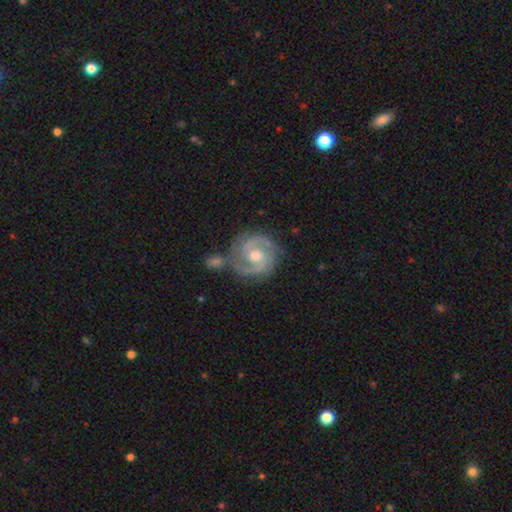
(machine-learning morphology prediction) The model was most divided on "spiral winding": tight: 53%, medium: 40%, loose: 7%. More confident: edge-on disk — no (98%); spiral arms — yes (96%); smooth or featured — featured or disk (88%); spiral arm count — 2 (87%); bulge size — moderate (74%); merging — none (65%); bar — no (53%).